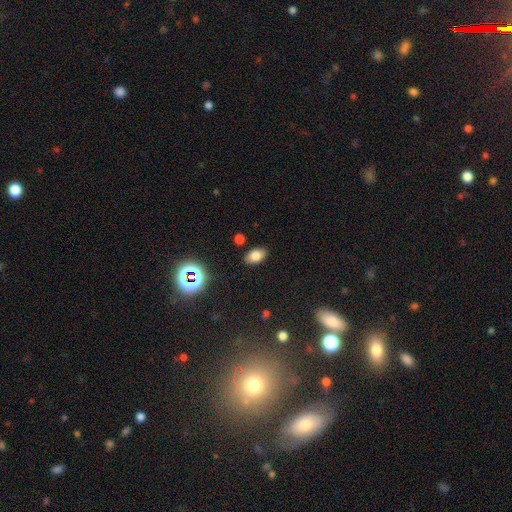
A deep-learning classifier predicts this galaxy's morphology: Smooth or featured: smooth — 77% (star or artifact — 13%)
How rounded: in between — 90% (round — 8%)
Merging: none — 86% (minor disturbance — 10%)